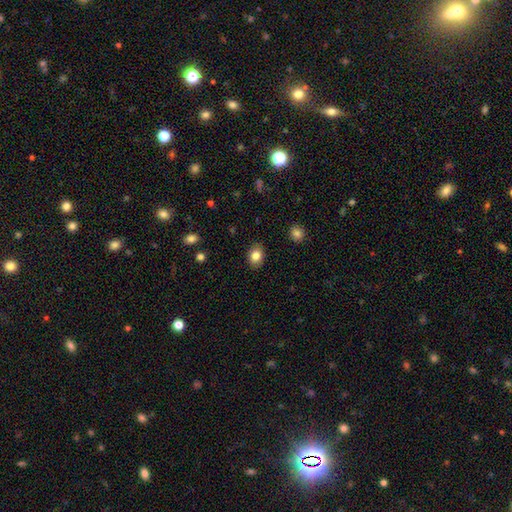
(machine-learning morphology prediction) Smooth or featured? Predicted: smooth (p=0.83). How rounded? Predicted: in between (p=0.72). Merging? Predicted: none (p=0.88).